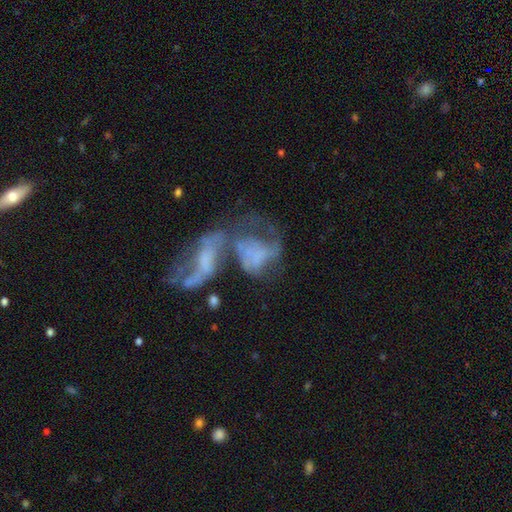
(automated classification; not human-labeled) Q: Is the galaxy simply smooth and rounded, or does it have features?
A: featured or disk — 49%.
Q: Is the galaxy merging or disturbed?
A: merger — 46%.